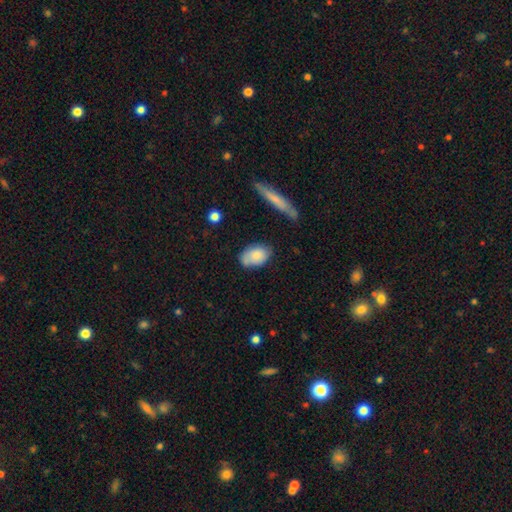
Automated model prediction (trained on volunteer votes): Smooth or featured? Predicted: smooth (p=0.79). How rounded? Predicted: in between (p=0.87). Merging? Predicted: none (p=0.63).